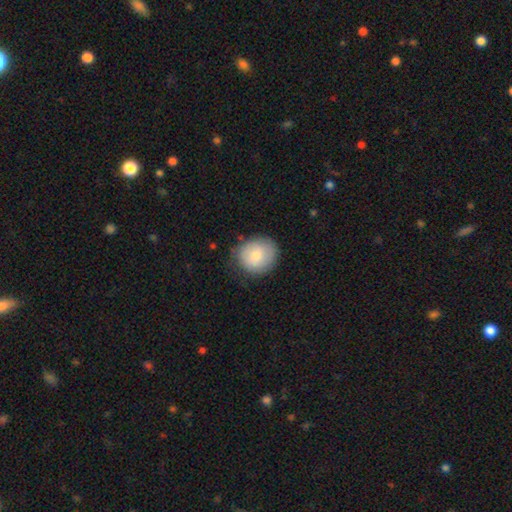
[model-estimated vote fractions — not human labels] This is likely a smooth galaxy (78%). How rounded: likely round (78%). Merging: likely none (77%).